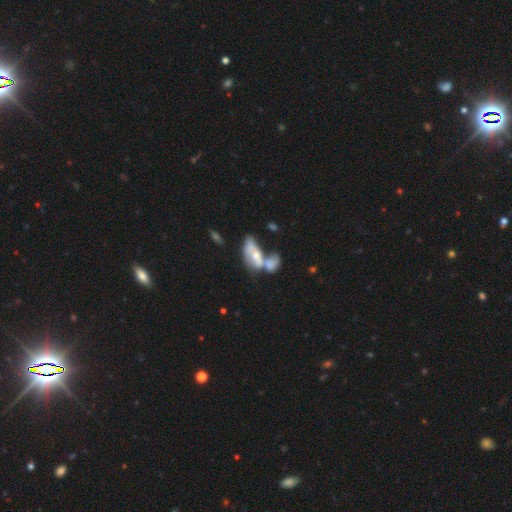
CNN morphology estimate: Overall: smooth (49%; featured or disk 43%). Merging: merger (68%).